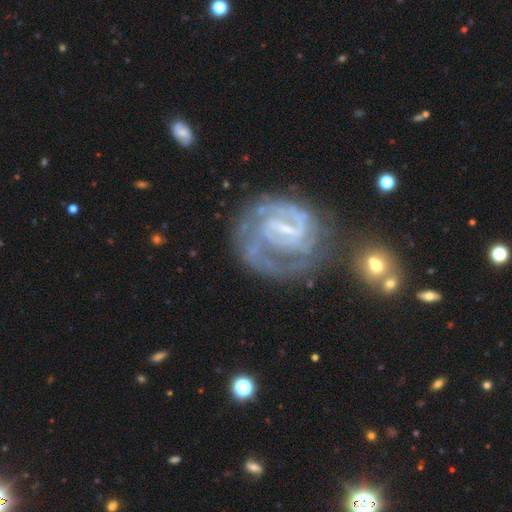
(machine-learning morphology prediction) Q: Smooth or featured?
A: featured or disk (86%); runner-up: smooth (7%)
Q: Edge-on disk?
A: no (98%); runner-up: yes (2%)
Q: Bar?
A: weak (45%); runner-up: strong (41%)
Q: Spiral arms?
A: yes (93%); runner-up: no (7%)
Q: Spiral winding?
A: tight (53%); runner-up: medium (37%)
Q: Spiral arm count?
A: 2 (50%); runner-up: can't tell (20%)
Q: Bulge size?
A: small (57%); runner-up: none (26%)
Q: Merging?
A: none (57%); runner-up: minor disturbance (19%)